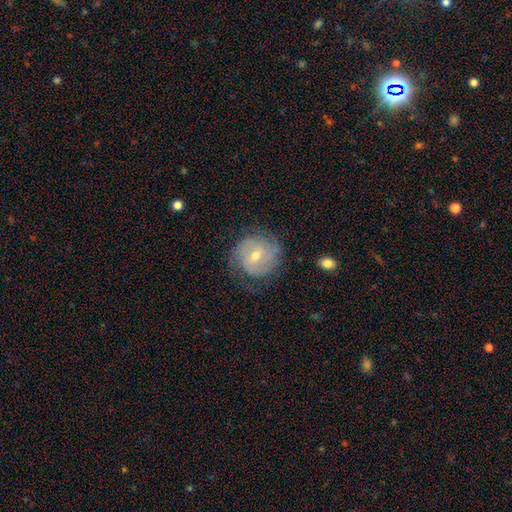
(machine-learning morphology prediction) Smooth or featured? Predicted: featured or disk (p=0.69). Edge-on disk? Predicted: no (p=0.97). Bar? Predicted: no (p=0.46). Spiral arms? Predicted: yes (p=0.86). Spiral winding? Predicted: tight (p=0.58). Spiral arm count? Predicted: 2 (p=0.45). Bulge size? Predicted: moderate (p=0.51). Merging? Predicted: none (p=0.71).